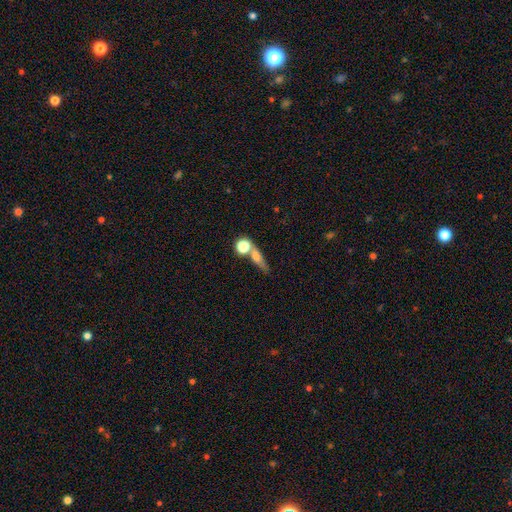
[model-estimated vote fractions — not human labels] Smooth or featured?
  - smooth: 62% *
  - featured or disk: 24%
  - star or artifact: 13%
How rounded?
  - round: 38% *
  - cigar-shaped: 35%
  - in between: 27%
Merging?
  - none: 44% *
  - merger: 34%
  - minor disturbance: 12%
  - major disturbance: 10%